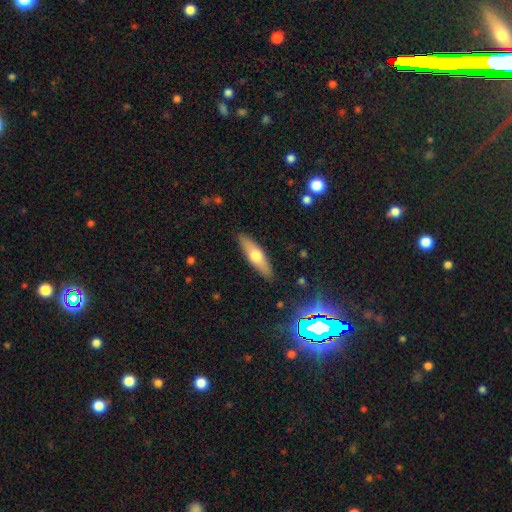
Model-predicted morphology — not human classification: Smooth or featured?
  - smooth: 53% *
  - featured or disk: 41%
  - star or artifact: 6%
How rounded?
  - cigar-shaped: 60% *
  - in between: 37%
  - round: 2%
Merging?
  - none: 89% *
  - minor disturbance: 8%
  - major disturbance: 2%
  - merger: 1%